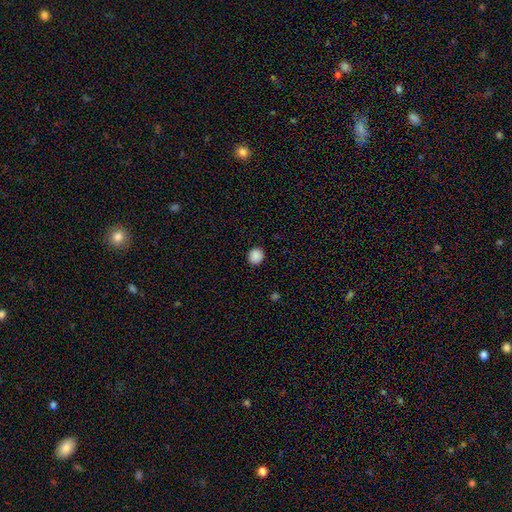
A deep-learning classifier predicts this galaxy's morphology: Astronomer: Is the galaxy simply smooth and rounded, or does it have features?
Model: smooth — 88%.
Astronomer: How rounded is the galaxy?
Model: round — 89%.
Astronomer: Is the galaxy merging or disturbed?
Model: none — 92%.